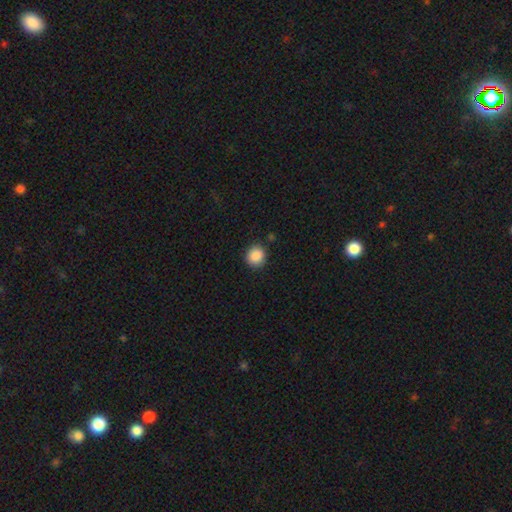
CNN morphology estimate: smooth-or-featured: smooth: 88% | star or artifact: 9% | featured or disk: 3%
  how-rounded: round: 89% | in between: 10% | cigar-shaped: 1%
  merging: none: 87% | minor disturbance: 9% | major disturbance: 2% | merger: 2%